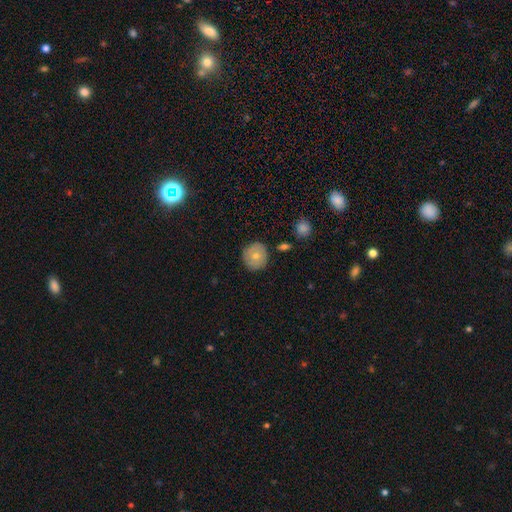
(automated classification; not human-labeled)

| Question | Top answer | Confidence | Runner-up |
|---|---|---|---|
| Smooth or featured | smooth | 66% | featured or disk (26%) |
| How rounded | round | 90% | in between (9%) |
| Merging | none | 84% | minor disturbance (11%) |